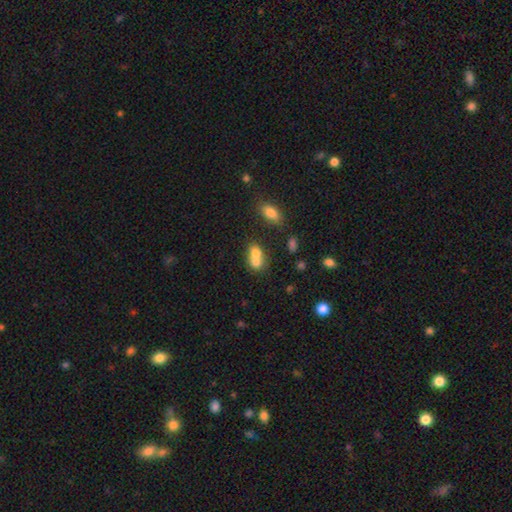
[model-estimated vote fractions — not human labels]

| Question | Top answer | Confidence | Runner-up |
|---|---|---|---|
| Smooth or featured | smooth | 71% | featured or disk (19%) |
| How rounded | in between | 50% | round (49%) |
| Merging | merger | 69% | none (21%) |